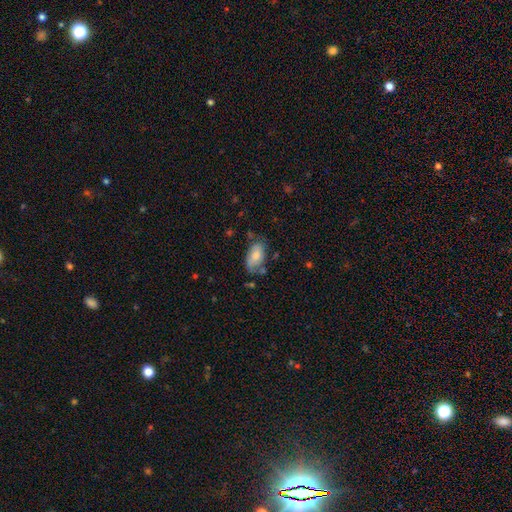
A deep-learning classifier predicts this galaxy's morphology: smooth-or-featured: smooth: 71% | featured or disk: 21% | star or artifact: 7%
  how-rounded: in between: 93% | round: 4% | cigar-shaped: 3%
  merging: none: 55% | minor disturbance: 29% | major disturbance: 9% | merger: 6%